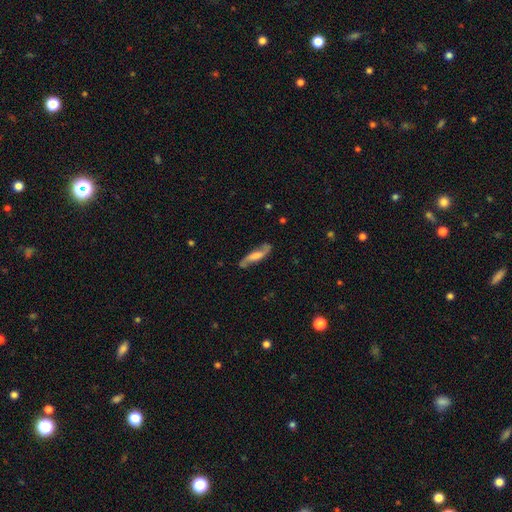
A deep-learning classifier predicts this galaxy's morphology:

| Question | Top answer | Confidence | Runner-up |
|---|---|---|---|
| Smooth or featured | featured or disk | 63% | smooth (31%) |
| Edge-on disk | no | 73% | yes (27%) |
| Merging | none | 73% | minor disturbance (19%) |